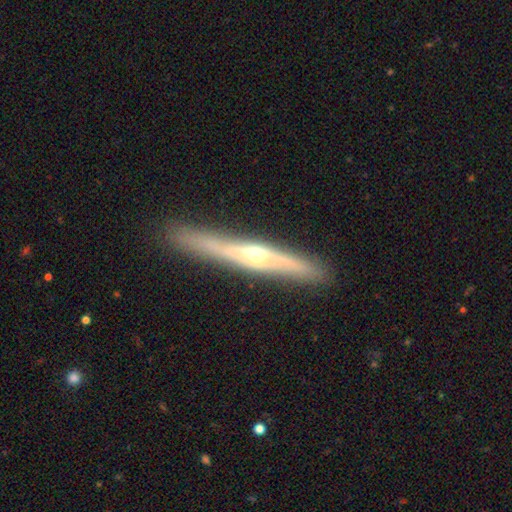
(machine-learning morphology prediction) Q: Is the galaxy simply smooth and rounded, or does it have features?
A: featured or disk — 71%.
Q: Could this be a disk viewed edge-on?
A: yes — 93%.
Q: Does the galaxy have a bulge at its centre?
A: rounded — 86%.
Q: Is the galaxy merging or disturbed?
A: none — 88%.